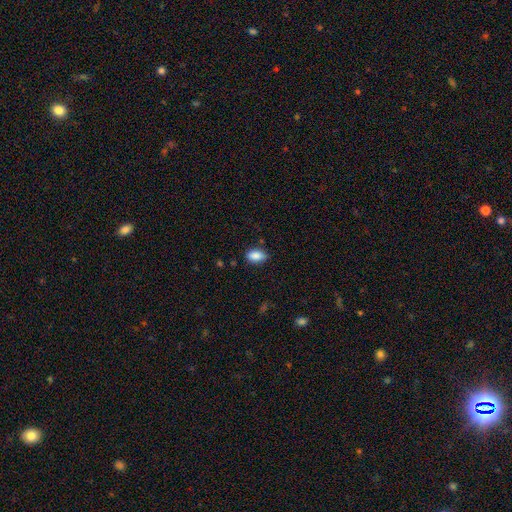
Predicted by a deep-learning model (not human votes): A smooth galaxy with no disk features (88%) that is in between round and cigar-shaped (90%). Merging: none (80%).